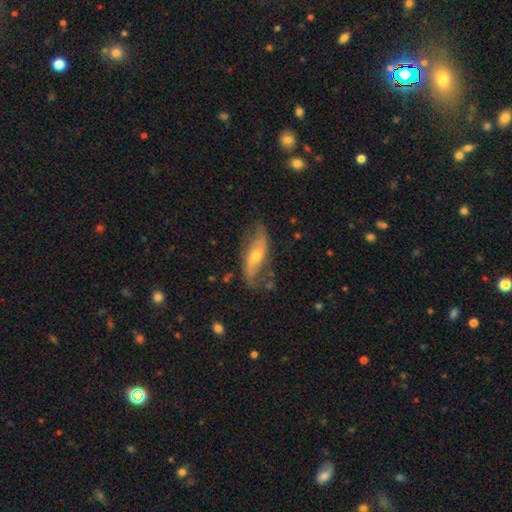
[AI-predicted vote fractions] smooth-or-featured: featured or disk: 70% | smooth: 24% | star or artifact: 7%
  disk-edge-on: no: 80% | yes: 20%
    bar: no: 57% | weak: 26% | strong: 17%
    has-spiral-arms: yes: 83% | no: 17%
    bulge-size: small: 48% | moderate: 47% | large: 2% | none: 1% | dominant: 1%
  merging: none: 65% | minor disturbance: 24% | major disturbance: 9% | merger: 2%